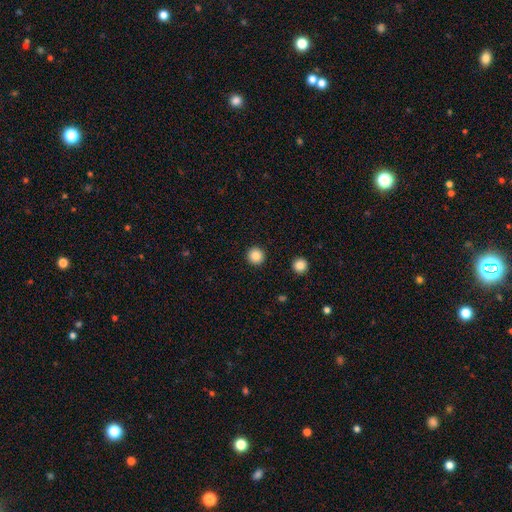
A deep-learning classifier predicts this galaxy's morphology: A smooth galaxy with no disk features (86%) that is round (96%). Merging: none (93%).